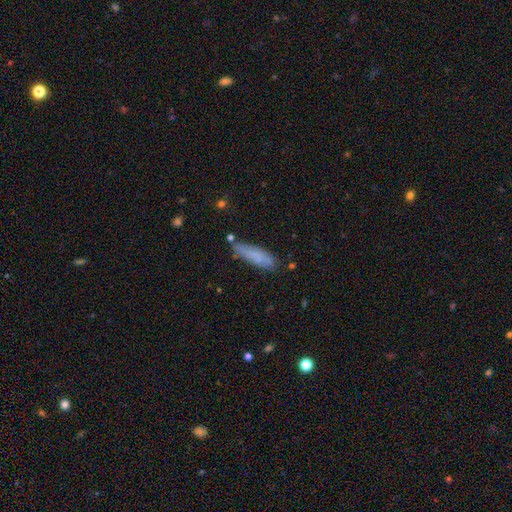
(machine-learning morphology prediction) Q: Smooth or featured?
A: smooth (73%); runner-up: featured or disk (19%)
Q: How rounded?
A: cigar-shaped (69%); runner-up: in between (29%)
Q: Merging?
A: none (70%); runner-up: minor disturbance (21%)